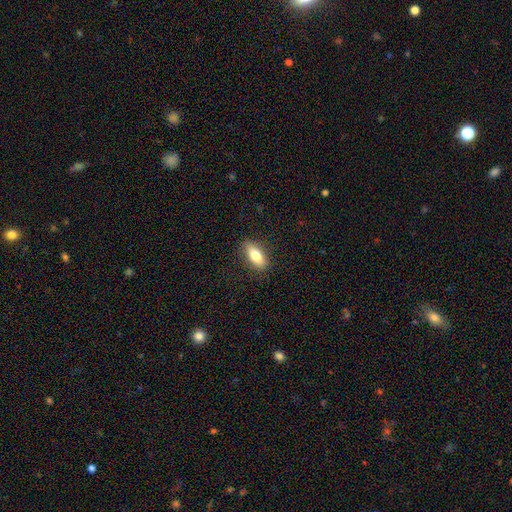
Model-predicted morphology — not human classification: smooth_or_featured: smooth (p=0.79) [alt: featured or disk p=0.14]
how_rounded: in between (p=0.78) [alt: cigar-shaped p=0.19]
merging: none (p=0.87) [alt: minor disturbance p=0.10]